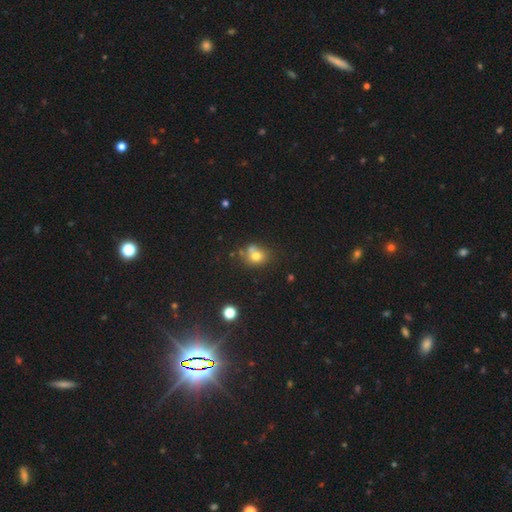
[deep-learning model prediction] Smooth or featured?
  - smooth: 72% *
  - star or artifact: 14%
  - featured or disk: 14%
How rounded?
  - round: 65% *
  - in between: 34%
  - cigar-shaped: 1%
Merging?
  - none: 50% *
  - merger: 27%
  - minor disturbance: 16%
  - major disturbance: 6%